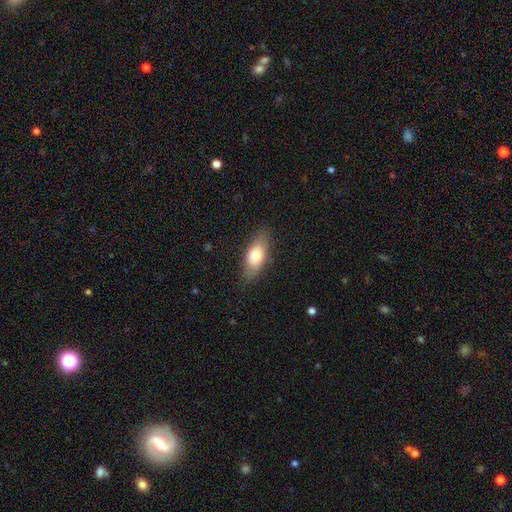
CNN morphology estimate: smooth_or_featured: smooth (p=0.73) [alt: featured or disk p=0.20]
how_rounded: in between (p=0.81) [alt: cigar-shaped p=0.15]
merging: none (p=0.82) [alt: minor disturbance p=0.13]